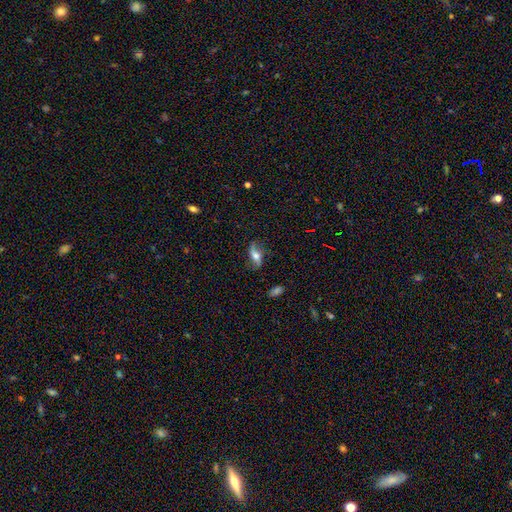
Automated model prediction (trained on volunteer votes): Q: Smooth or featured?
A: featured or disk (53%); runner-up: smooth (38%)
Q: Edge-on disk?
A: no (81%); runner-up: yes (19%)
Q: Merging?
A: none (70%); runner-up: minor disturbance (20%)